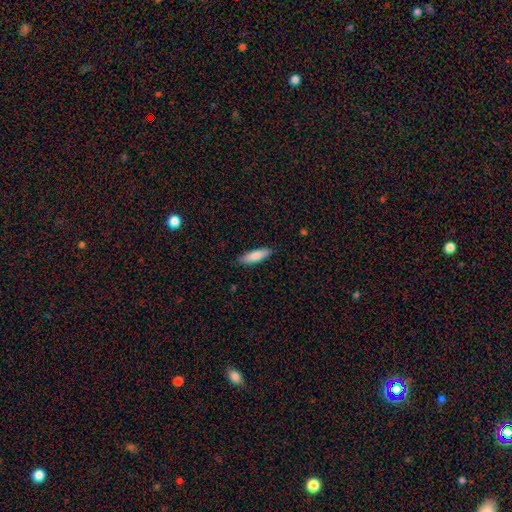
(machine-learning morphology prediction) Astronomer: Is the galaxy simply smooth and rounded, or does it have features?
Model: smooth — 83%.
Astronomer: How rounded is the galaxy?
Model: cigar-shaped — 63%.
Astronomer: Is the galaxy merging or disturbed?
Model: none — 87%.